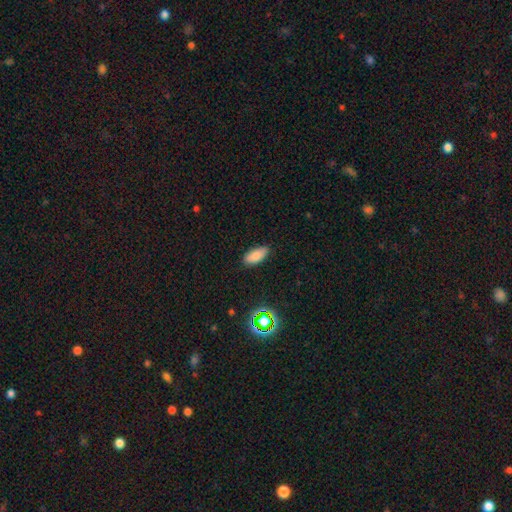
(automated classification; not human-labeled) smooth-or-featured: smooth: 83% | star or artifact: 11% | featured or disk: 6%
  how-rounded: in between: 87% | cigar-shaped: 11% | round: 2%
  merging: none: 84% | minor disturbance: 12% | major disturbance: 2% | merger: 1%